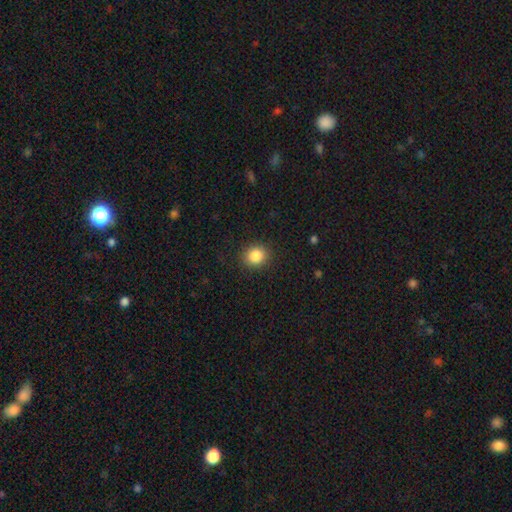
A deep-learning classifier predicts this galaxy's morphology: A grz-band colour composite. It shows a smooth galaxy with no disk features (86%) that is round (78%). Merging: none (89%).